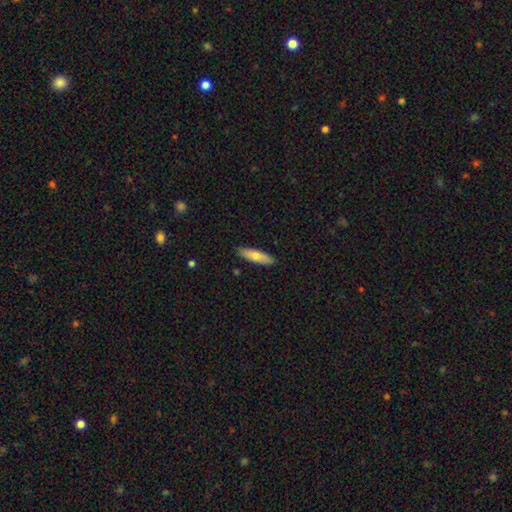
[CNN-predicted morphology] smooth 67%, featured or disk 27%, star or artifact 6%. Down the decision tree: how rounded — cigar-shaped (64%); merging — none (90%).